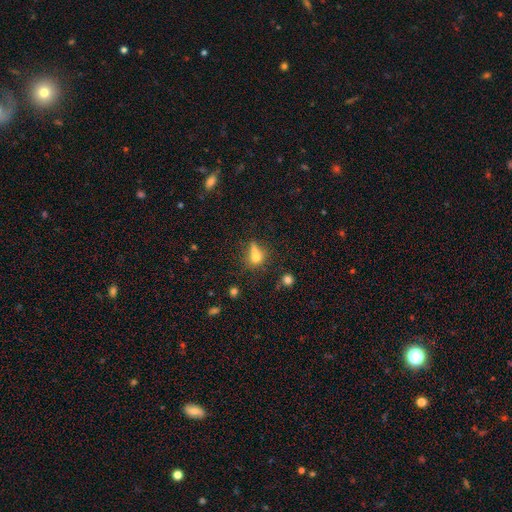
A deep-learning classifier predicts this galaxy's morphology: This appears to be a smooth galaxy with no disk features (65%) that is round (53%). Merging: none (43%).